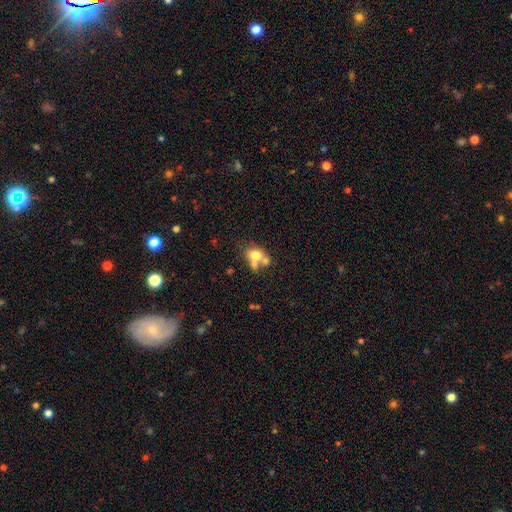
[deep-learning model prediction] A smooth galaxy with no disk features (67%) that is in between round and cigar-shaped (55%).

Vote fractions:
- Smooth or featured? smooth: 67% / featured or disk: 22% / star or artifact: 11%
- How rounded? in between: 55% / round: 44% / cigar-shaped: 2%
- Merging? merger: 53% / none: 29% / minor disturbance: 11% / major disturbance: 7%